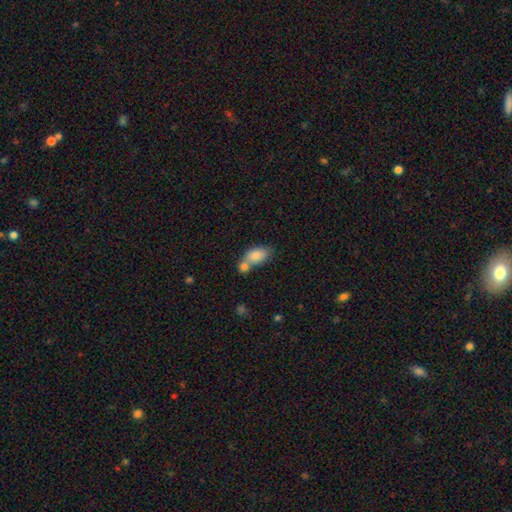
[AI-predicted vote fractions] smooth 83%, featured or disk 10%, star or artifact 8%. Down the decision tree: how rounded — in between (88%); merging — merger (53%).